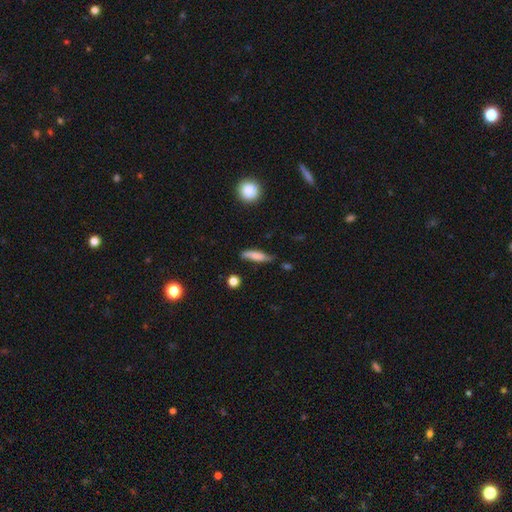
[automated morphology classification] Overall: smooth (69%). How rounded: cigar-shaped (68%; in between 29%). Merging: none (62%; minor disturbance 28%).